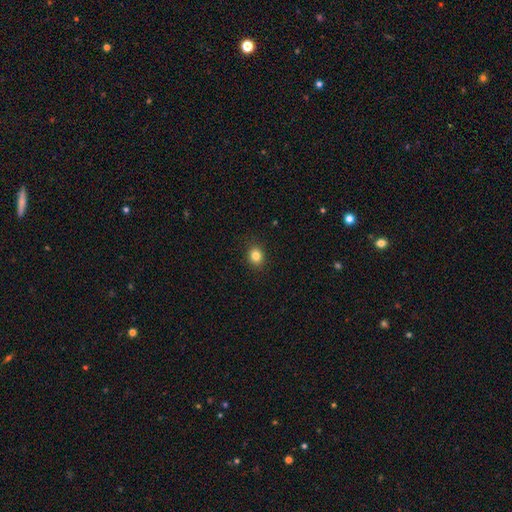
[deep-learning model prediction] A smooth galaxy with no disk features (83%) that is round (67%). Merging: none (90%).